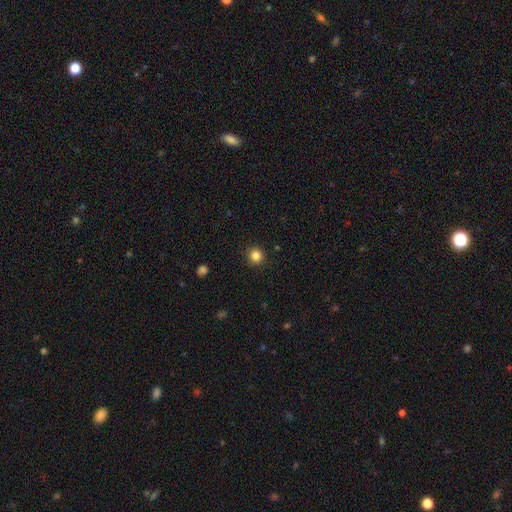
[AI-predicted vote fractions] A smooth galaxy with no disk features (85%) that is round (93%).

Vote fractions:
- Smooth or featured? smooth: 85% / star or artifact: 11% / featured or disk: 4%
- How rounded? round: 93% / in between: 6% / cigar-shaped: 1%
- Merging? none: 92% / minor disturbance: 6% / major disturbance: 2% / merger: 1%